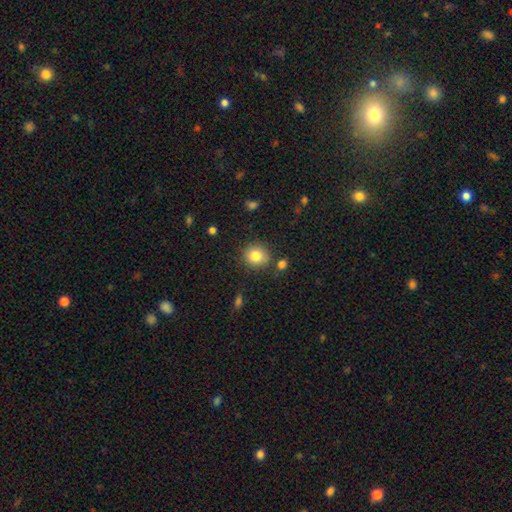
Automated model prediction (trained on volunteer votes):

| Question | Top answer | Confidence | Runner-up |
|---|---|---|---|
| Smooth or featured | smooth | 83% | star or artifact (10%) |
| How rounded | round | 85% | in between (14%) |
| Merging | none | 82% | minor disturbance (10%) |